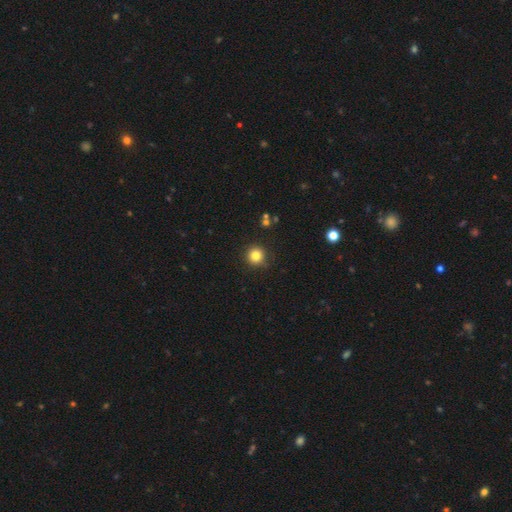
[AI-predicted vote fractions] This appears to be a smooth galaxy with no disk features (82%) that is round (95%). Merging: none (88%).